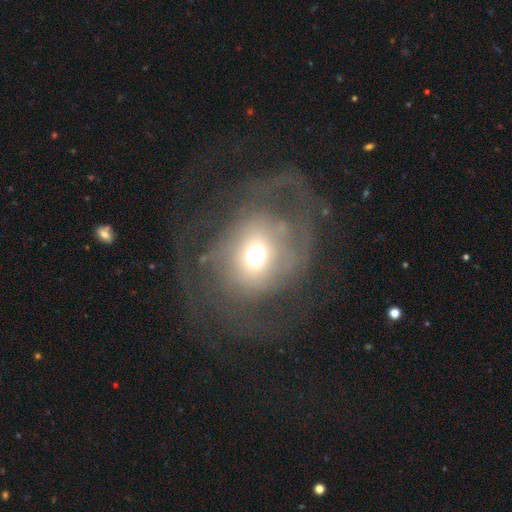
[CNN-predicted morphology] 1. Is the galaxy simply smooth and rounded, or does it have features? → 53% smooth, 30% featured or disk, 17% star or artifact.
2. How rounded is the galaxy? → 77% round, 22% in between, 1% cigar-shaped.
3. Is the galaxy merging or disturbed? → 42% major disturbance, 38% none, 16% minor disturbance, 3% merger.